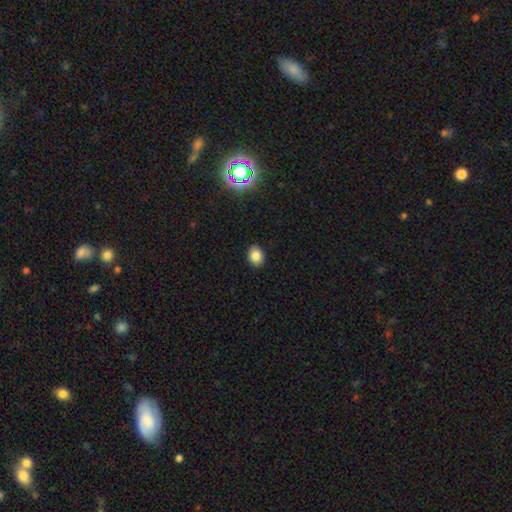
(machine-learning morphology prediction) type=smooth (84%); roundness=in between (65%); merging=none (90%).